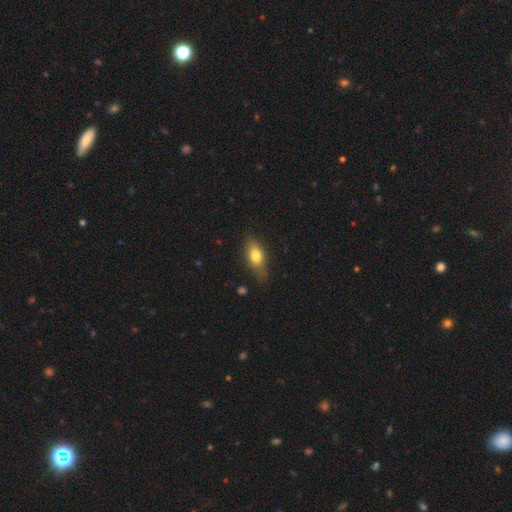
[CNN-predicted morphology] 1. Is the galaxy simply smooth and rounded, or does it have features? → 74% smooth, 19% featured or disk, 7% star or artifact.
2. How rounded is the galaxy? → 78% in between, 16% cigar-shaped, 6% round.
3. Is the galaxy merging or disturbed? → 73% none, 21% minor disturbance, 4% major disturbance, 2% merger.